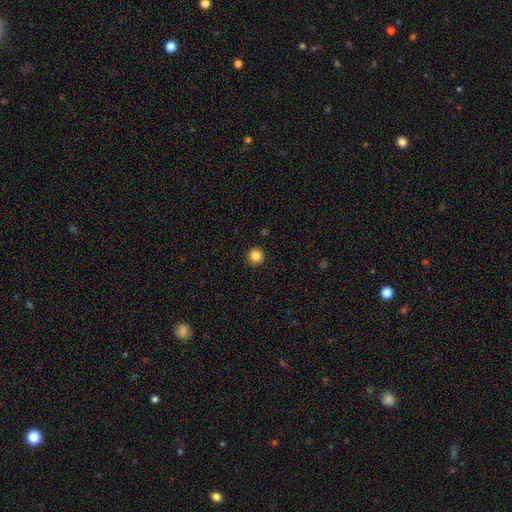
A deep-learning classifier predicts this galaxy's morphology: Q: Smooth or featured?
A: smooth (85%); runner-up: star or artifact (11%)
Q: How rounded?
A: round (95%); runner-up: in between (4%)
Q: Merging?
A: none (93%); runner-up: minor disturbance (5%)